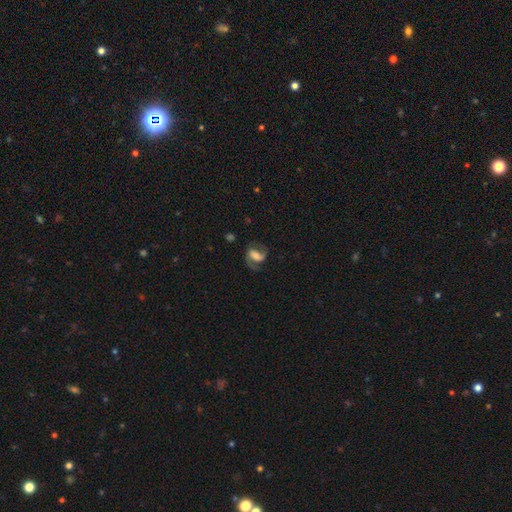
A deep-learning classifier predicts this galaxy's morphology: featured or disk 72%, smooth 20%, star or artifact 7%. Down the decision tree: edge-on disk — no (96%); bar — weak (39%, tied with strong); spiral arms — yes (91%); spiral arm count — 2 (85%); spiral winding — medium (51%); bulge size — moderate (40%); merging — none (65%).